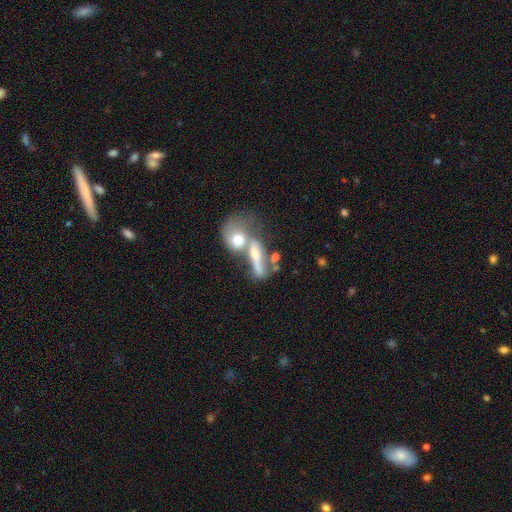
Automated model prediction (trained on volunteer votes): smooth_or_featured: smooth (p=0.54) [alt: featured or disk p=0.37]
how_rounded: in between (p=0.51) [alt: cigar-shaped p=0.29]
merging: merger (p=0.60) [alt: none p=0.18]